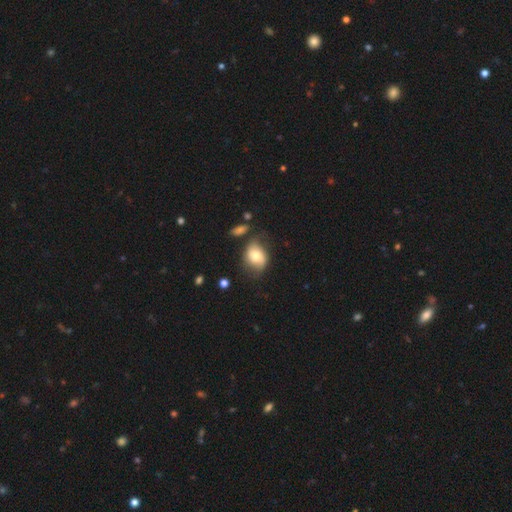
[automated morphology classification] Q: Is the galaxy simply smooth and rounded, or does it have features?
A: smooth — 56%.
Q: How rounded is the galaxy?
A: in between — 65%.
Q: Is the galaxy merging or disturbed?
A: none — 55%.